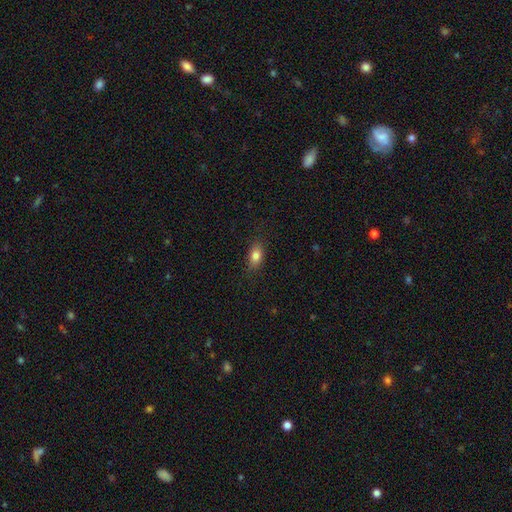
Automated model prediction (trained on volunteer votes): Morphology: type=smooth (82%); roundness=in between (85%); merging=none (83%).